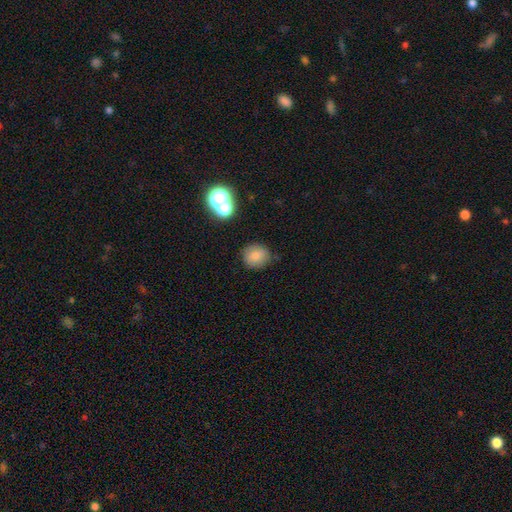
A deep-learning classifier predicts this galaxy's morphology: Q: Smooth or featured?
A: smooth (80%); runner-up: star or artifact (12%)
Q: How rounded?
A: round (81%); runner-up: in between (17%)
Q: Merging?
A: none (81%); runner-up: minor disturbance (11%)